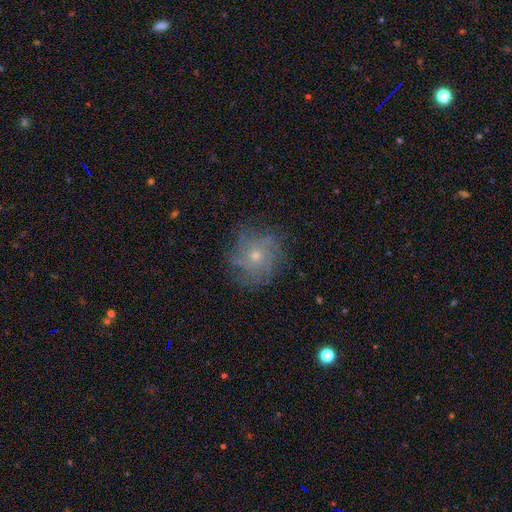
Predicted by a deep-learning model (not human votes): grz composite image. It shows a featured or disk galaxy (55%) with no bar (86%), spiral arms (72%) and a small central bulge (61%). Merging: none (76%).